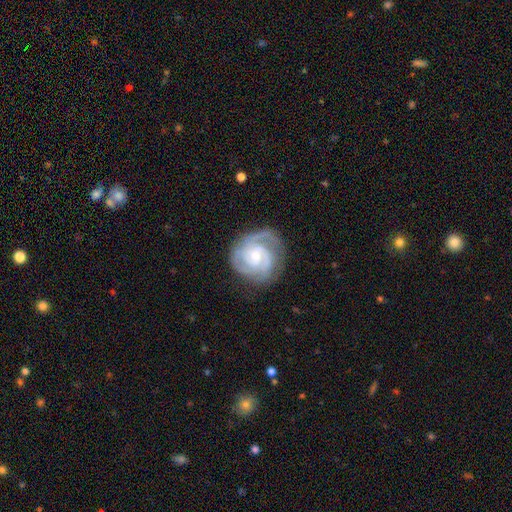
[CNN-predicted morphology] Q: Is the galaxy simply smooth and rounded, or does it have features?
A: featured or disk — 88%.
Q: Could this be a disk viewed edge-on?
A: no — 98%.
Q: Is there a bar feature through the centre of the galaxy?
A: no — 64%.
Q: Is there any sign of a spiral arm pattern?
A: yes — 97%.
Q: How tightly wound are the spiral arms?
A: tight — 61%.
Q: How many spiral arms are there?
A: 3 — 40%.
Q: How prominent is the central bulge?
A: small — 60%.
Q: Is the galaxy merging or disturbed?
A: none — 73%.